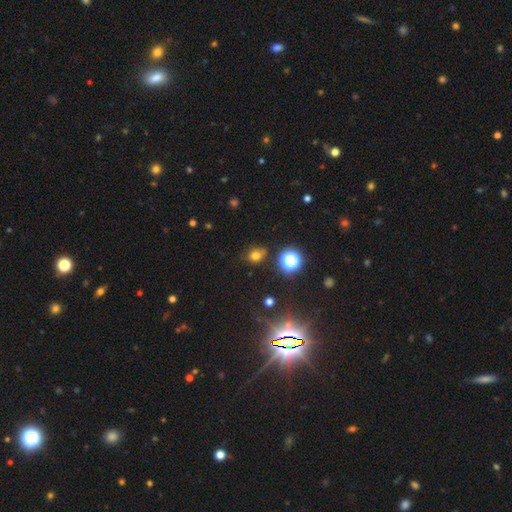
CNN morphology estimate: smooth_or_featured: smooth (p=0.69) [alt: star or artifact p=0.23]
how_rounded: round (p=0.54) [alt: in between p=0.45]
merging: none (p=0.77) [alt: minor disturbance p=0.16]